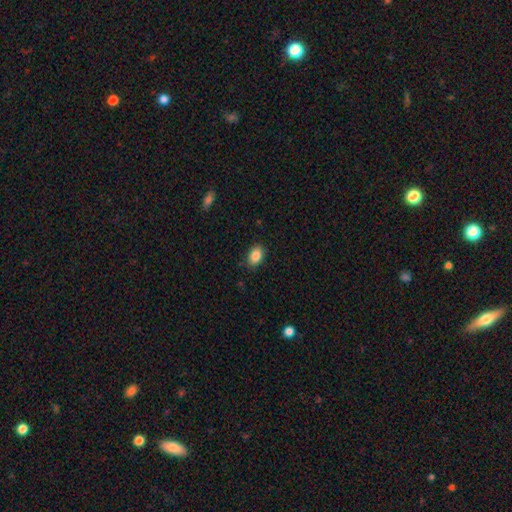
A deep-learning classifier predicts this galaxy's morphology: A smooth galaxy with no disk features (87%) that is in between round and cigar-shaped (80%). Merging: none (86%).